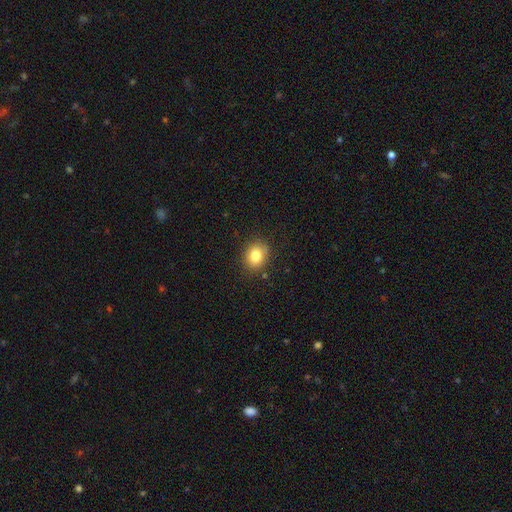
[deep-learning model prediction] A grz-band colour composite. It shows a smooth galaxy with no disk features (81%) that is round (57%). Merging: none (84%).